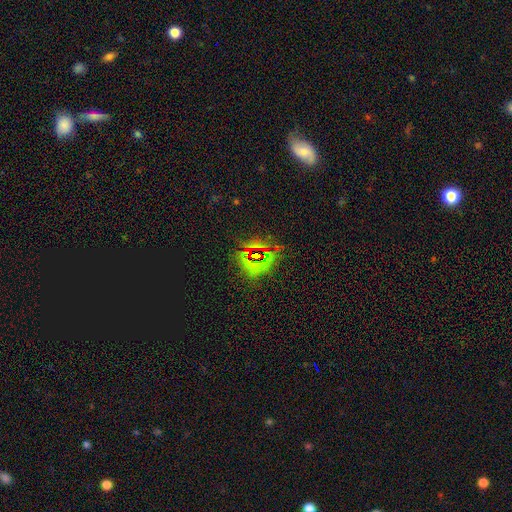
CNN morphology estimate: smooth-or-featured: star or artifact: 70% | smooth: 21% | featured or disk: 9%